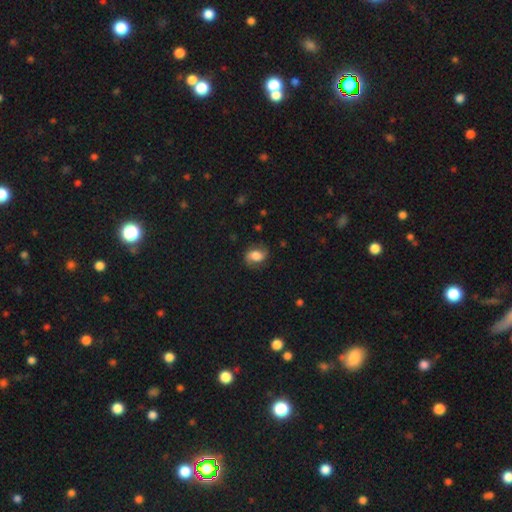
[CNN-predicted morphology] smooth_or_featured: smooth (p=0.54) [alt: featured or disk p=0.37]
how_rounded: in between (p=0.67) [alt: round p=0.32]
merging: none (p=0.72) [alt: minor disturbance p=0.19]